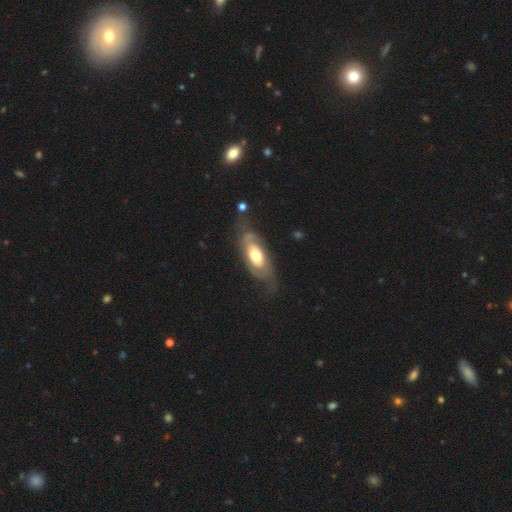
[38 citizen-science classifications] This is likely a featured or disk galaxy (74%). It is clearly not viewed edge-on (96%). Bar: clearly no (81%). Spiral arm pattern: possibly yes (59%). Spiral arm count: possibly 2 (50%). Spiral winding: possibly tight (50%). Central bulge: possibly moderate (59%). Merging: likely none (63%).